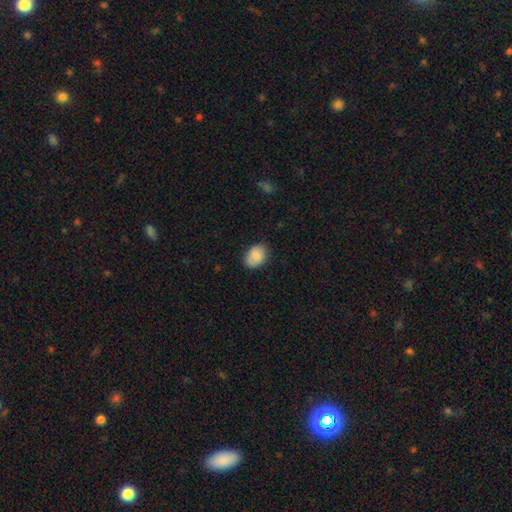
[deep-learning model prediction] Q: Smooth or featured?
A: smooth (86%); runner-up: star or artifact (7%)
Q: How rounded?
A: in between (69%); runner-up: round (31%)
Q: Merging?
A: none (77%); runner-up: minor disturbance (18%)